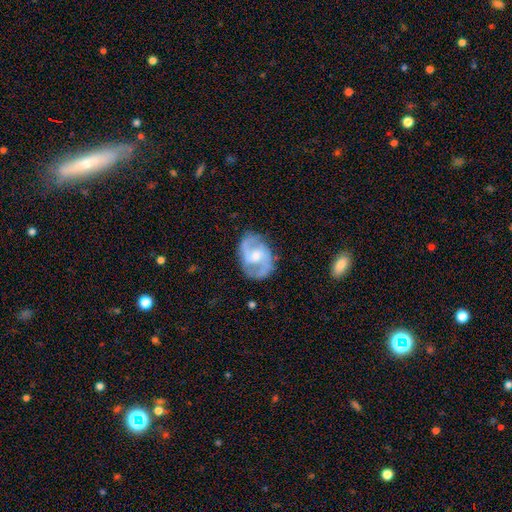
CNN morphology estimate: A featured or disk galaxy (84%) with a weak bar (50%), 2 (89%) medium (55%) spiral arms (94%) and a moderate central bulge (55%).

Vote fractions:
- Smooth or featured? featured or disk: 84% / smooth: 11% / star or artifact: 5%
- Edge-on disk? no: 97% / yes: 3%
- Bar? weak: 50% / no: 37% / strong: 13%
- Spiral arms? yes: 94% / no: 6%
- Spiral winding? medium: 55% / loose: 26% / tight: 19%
- Spiral arm count? 2: 89% / can't tell: 5% / 3: 2% / 1: 2% / 4: 1% / more than 4: 1%
- Bulge size? moderate: 55% / small: 34% / large: 5% / none: 4% / dominant: 1%
- Merging? none: 78% / minor disturbance: 15% / major disturbance: 5% / merger: 1%